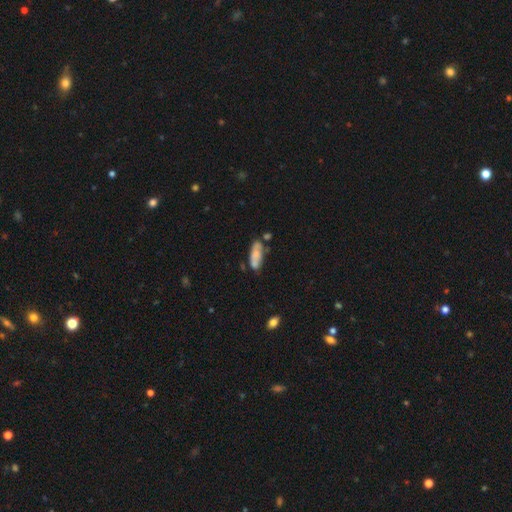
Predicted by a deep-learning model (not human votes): smooth_or_featured: smooth (p=0.70) [alt: featured or disk p=0.22]
how_rounded: in between (p=0.70) [alt: cigar-shaped p=0.28]
merging: none (p=0.57) [alt: minor disturbance p=0.24]